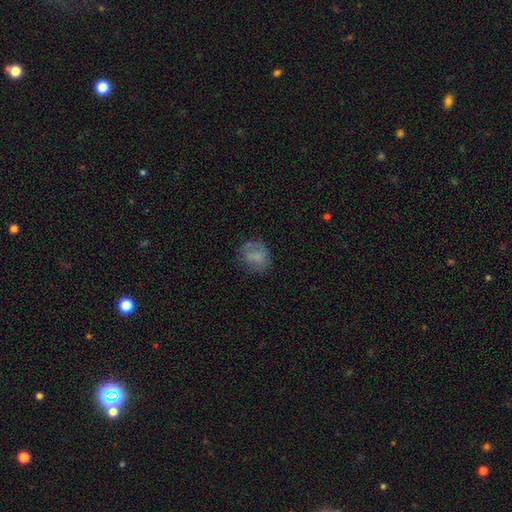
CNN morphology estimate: A smooth galaxy with no disk features (70%) that is round (62%).

Vote fractions:
- Smooth or featured? smooth: 70% / featured or disk: 20% / star or artifact: 10%
- How rounded? round: 62% / in between: 37% / cigar-shaped: 1%
- Merging? none: 66% / minor disturbance: 21% / major disturbance: 12% / merger: 2%